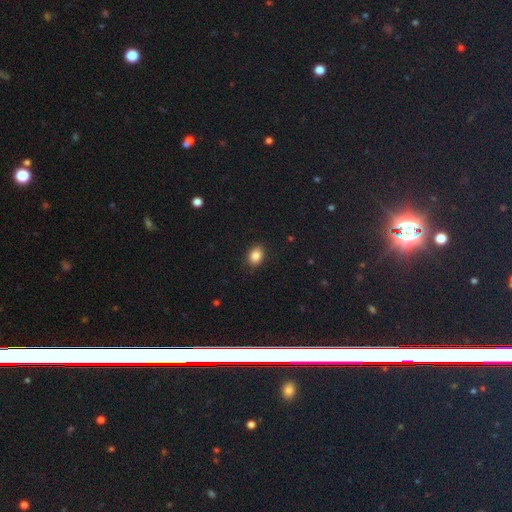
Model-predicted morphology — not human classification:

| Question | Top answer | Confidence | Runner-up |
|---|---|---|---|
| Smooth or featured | smooth | 86% | star or artifact (9%) |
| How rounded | in between | 66% | round (33%) |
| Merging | none | 88% | minor disturbance (9%) |